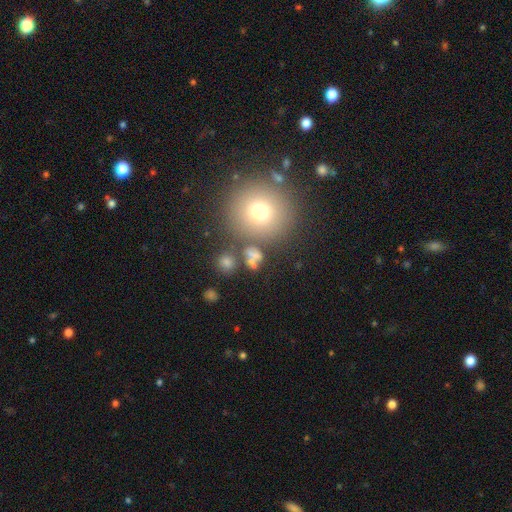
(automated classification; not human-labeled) This appears to be a smooth galaxy with no disk features (63%) that is round (70%). Merging: none (54%).